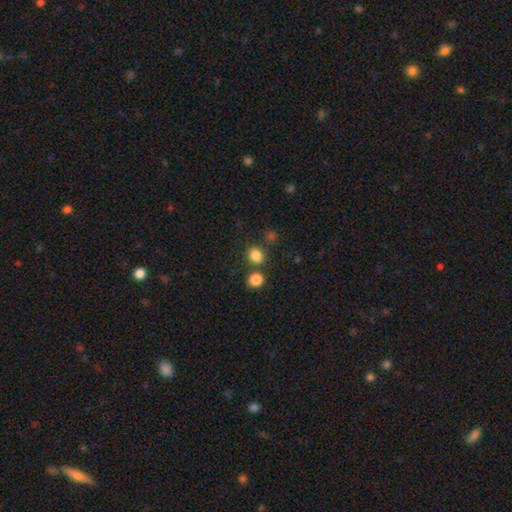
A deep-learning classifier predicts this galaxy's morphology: A smooth galaxy with no disk features (83%) that is round (72%). Merging: none (76%).